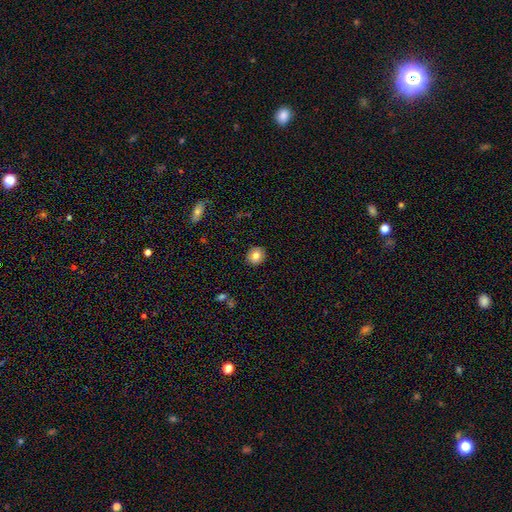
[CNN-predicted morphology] Smooth or featured?
  - smooth: 81% *
  - featured or disk: 10%
  - star or artifact: 9%
How rounded?
  - round: 82% *
  - in between: 17%
  - cigar-shaped: 1%
Merging?
  - none: 91% *
  - minor disturbance: 7%
  - major disturbance: 2%
  - merger: 1%